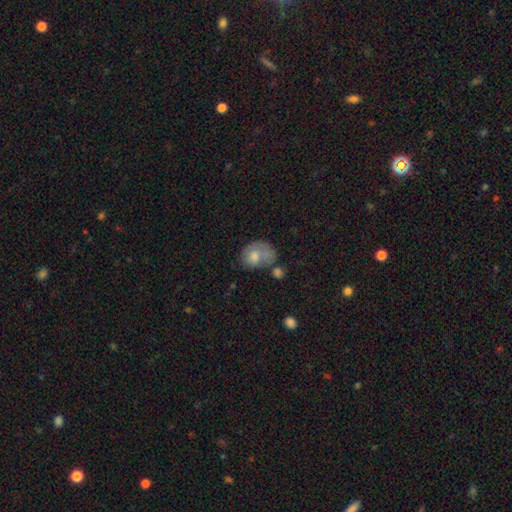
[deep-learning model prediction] smooth 67%, featured or disk 25%, star or artifact 8%. Down the decision tree: how rounded — in between (59%); merging — none (34%).